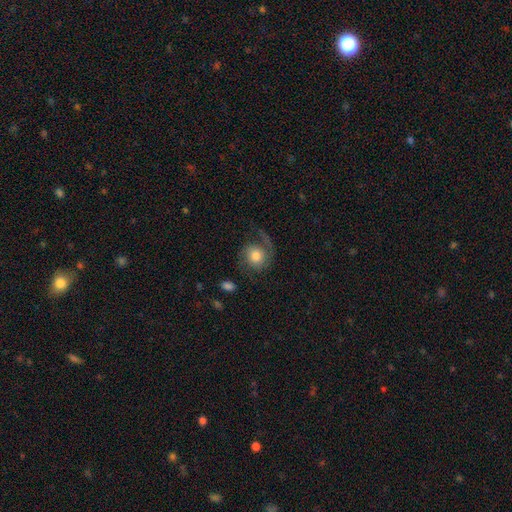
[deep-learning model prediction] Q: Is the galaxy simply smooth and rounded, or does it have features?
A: featured or disk — 57%.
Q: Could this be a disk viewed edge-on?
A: no — 98%.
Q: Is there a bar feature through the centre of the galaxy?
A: no — 77%.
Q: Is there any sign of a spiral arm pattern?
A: yes — 91%.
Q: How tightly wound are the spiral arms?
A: loose — 42%.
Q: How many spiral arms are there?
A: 2 — 52%.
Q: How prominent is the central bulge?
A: moderate — 53%.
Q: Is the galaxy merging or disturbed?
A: none — 56%.